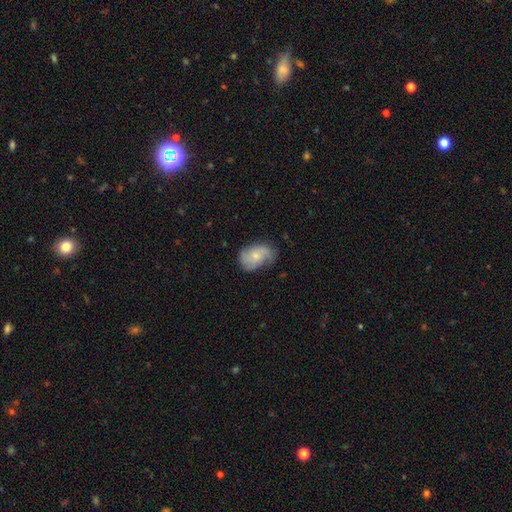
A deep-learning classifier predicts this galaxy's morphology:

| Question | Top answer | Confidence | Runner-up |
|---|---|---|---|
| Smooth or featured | featured or disk | 50% | smooth (43%) |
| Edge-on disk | no | 97% | yes (3%) |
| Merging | none | 58% | minor disturbance (29%) |